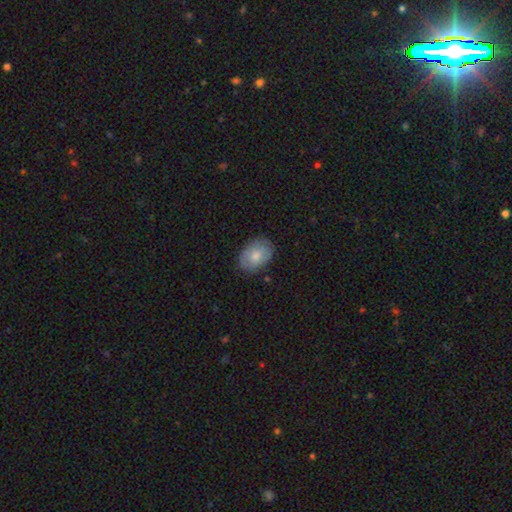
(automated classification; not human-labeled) Q: Smooth or featured?
A: smooth (73%); runner-up: featured or disk (20%)
Q: How rounded?
A: in between (79%); runner-up: round (20%)
Q: Merging?
A: none (80%); runner-up: minor disturbance (15%)